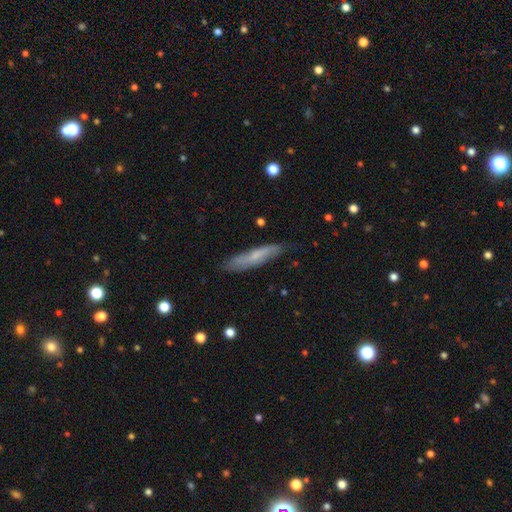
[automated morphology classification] A smooth galaxy with no disk features (56%) that is cigar-shaped (83%).

Vote fractions:
- Smooth or featured? smooth: 56% / featured or disk: 38% / star or artifact: 7%
- How rounded? cigar-shaped: 83% / in between: 15% / round: 2%
- Merging? none: 79% / minor disturbance: 16% / major disturbance: 3% / merger: 1%